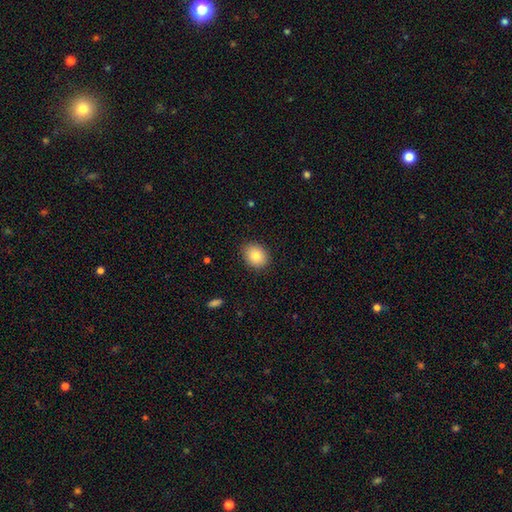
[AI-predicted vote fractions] Q: Smooth or featured?
A: smooth (83%); runner-up: star or artifact (9%)
Q: How rounded?
A: round (51%); runner-up: in between (48%)
Q: Merging?
A: none (87%); runner-up: minor disturbance (10%)